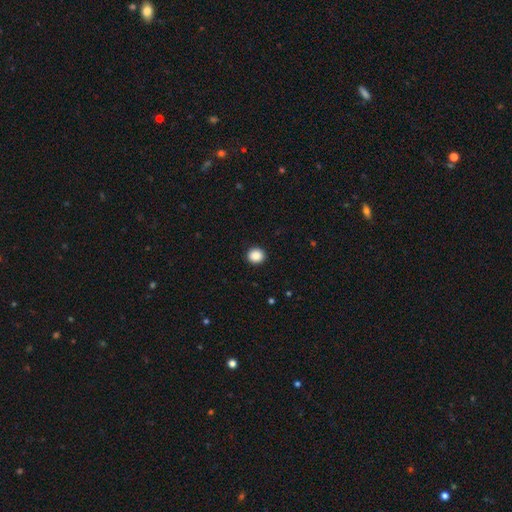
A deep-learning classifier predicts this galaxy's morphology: This appears to be a smooth galaxy with no disk features (89%) that is round (87%). Merging: none (93%).